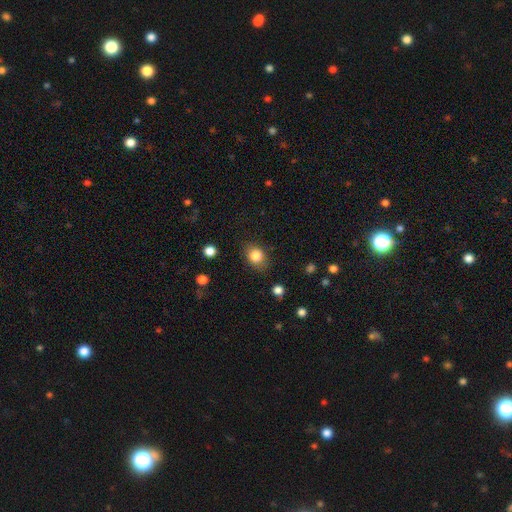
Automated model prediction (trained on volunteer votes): smooth-or-featured: smooth: 83% | star or artifact: 10% | featured or disk: 7%
  how-rounded: round: 51% | in between: 48% | cigar-shaped: 1%
  merging: none: 79% | minor disturbance: 16% | major disturbance: 4% | merger: 2%